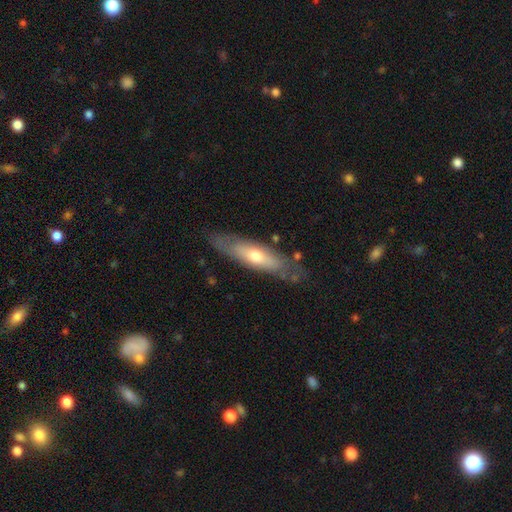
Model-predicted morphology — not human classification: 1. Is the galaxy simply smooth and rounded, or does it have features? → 49% smooth, 45% featured or disk, 6% star or artifact.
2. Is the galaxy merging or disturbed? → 76% none, 17% minor disturbance, 5% major disturbance, 3% merger.